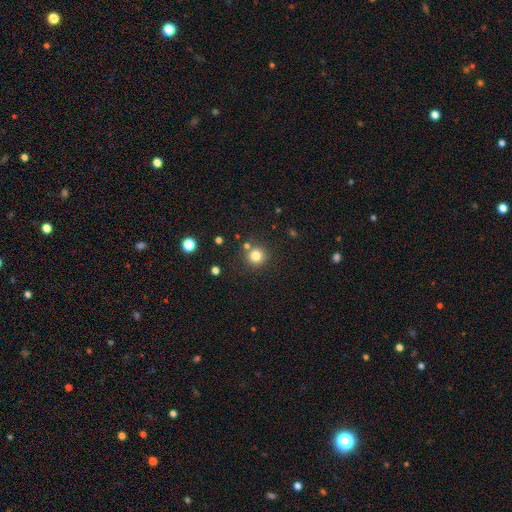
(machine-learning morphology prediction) Smooth or featured: smooth — 80% (star or artifact — 13%)
How rounded: round — 93% (in between — 6%)
Merging: none — 81% (merger — 8%)